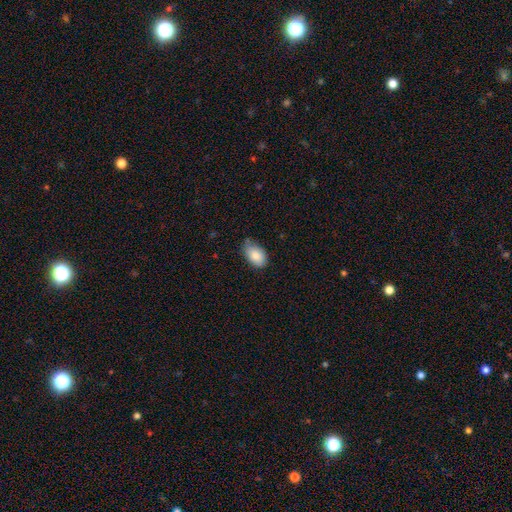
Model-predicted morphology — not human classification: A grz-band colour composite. It shows a smooth galaxy with no disk features (84%) that is in between round and cigar-shaped (91%). Merging: none (59%).